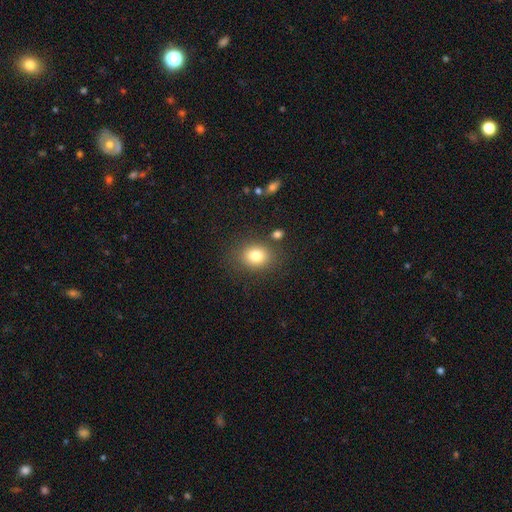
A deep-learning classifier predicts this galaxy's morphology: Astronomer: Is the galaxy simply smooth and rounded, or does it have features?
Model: smooth — 81%.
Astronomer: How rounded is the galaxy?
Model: round — 54% (runner-up: in between, 45%).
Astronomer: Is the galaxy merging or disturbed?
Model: none — 80%.